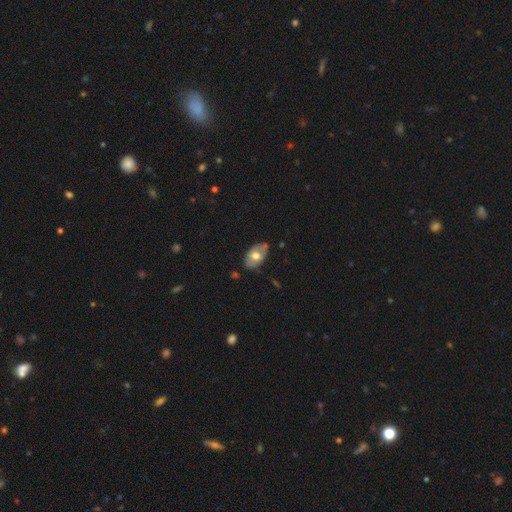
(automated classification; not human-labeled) This is possibly a smooth galaxy (57%). How rounded: clearly in between (90%). Merging: likely none (70%).